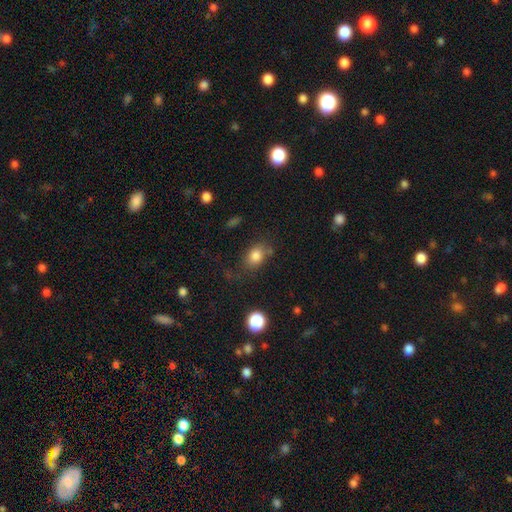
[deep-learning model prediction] smooth-or-featured: smooth: 81% | star or artifact: 11% | featured or disk: 8%
  how-rounded: in between: 67% | round: 32% | cigar-shaped: 1%
  merging: none: 67% | minor disturbance: 19% | major disturbance: 8% | merger: 6%